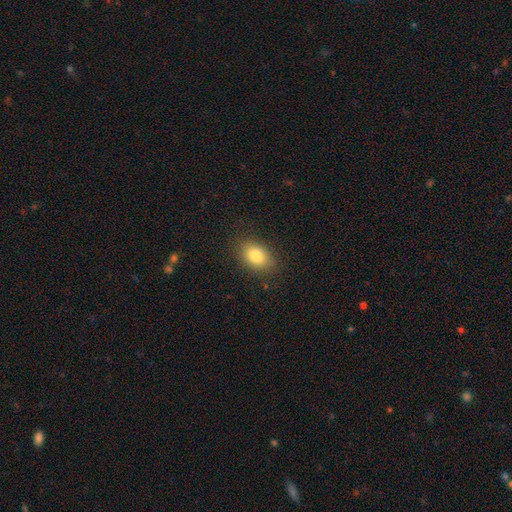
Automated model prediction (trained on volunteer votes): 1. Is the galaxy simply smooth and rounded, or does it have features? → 83% smooth, 9% star or artifact, 9% featured or disk.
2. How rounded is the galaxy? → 83% in between, 15% round, 1% cigar-shaped.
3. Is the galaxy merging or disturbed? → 86% none, 10% minor disturbance, 3% major disturbance, 1% merger.